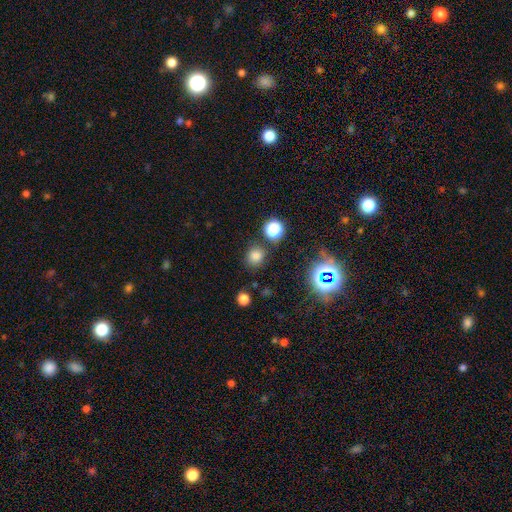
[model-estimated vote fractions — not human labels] Overall: smooth (75%). How rounded: round (84%). Merging: none (82%).